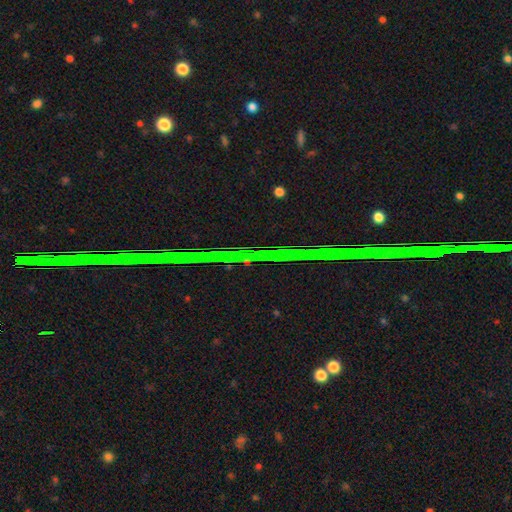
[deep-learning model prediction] This appears to be a star or artifact, not a galaxy (84%).